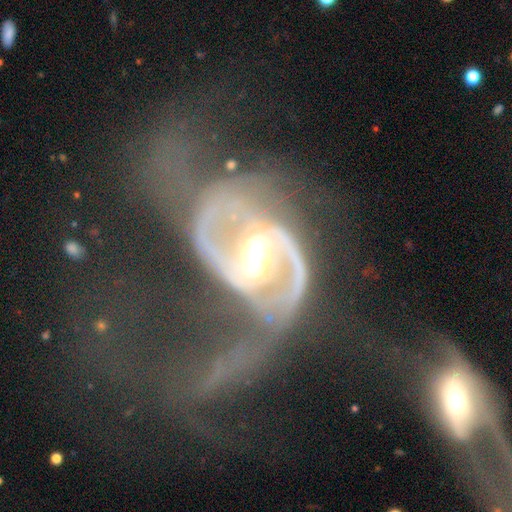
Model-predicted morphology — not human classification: Smooth or featured?
  - featured or disk: 90% *
  - smooth: 5%
  - star or artifact: 5%
Edge-on disk?
  - no: 97% *
  - yes: 3%
Bar?
  - strong: 48% *
  - weak: 36%
  - no: 16%
Spiral arms?
  - yes: 93% *
  - no: 7%
Spiral winding?
  - medium: 43% *
  - loose: 35%
  - tight: 22%
Spiral arm count?
  - 2: 85% *
  - can't tell: 5%
  - 1: 3%
  - 3: 3%
  - 4: 2%
  - more than 4: 2%
Bulge size?
  - moderate: 69% *
  - large: 15%
  - small: 13%
  - dominant: 2%
  - none: 2%
Merging?
  - none: 33% *
  - major disturbance: 32%
  - merger: 18%
  - minor disturbance: 17%